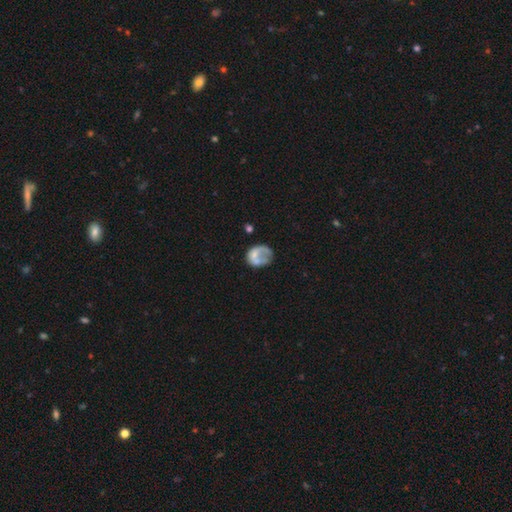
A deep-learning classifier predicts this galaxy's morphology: This is possibly a smooth galaxy (49%). Merging: marginally major disturbance (37%).